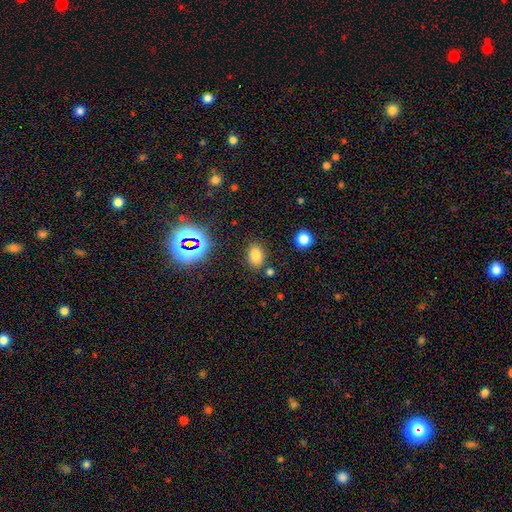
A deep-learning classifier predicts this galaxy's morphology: The model was most divided on "how rounded": in between: 75%, round: 23%, cigar-shaped: 1%. More confident: merging — none (82%); smooth or featured — smooth (76%).